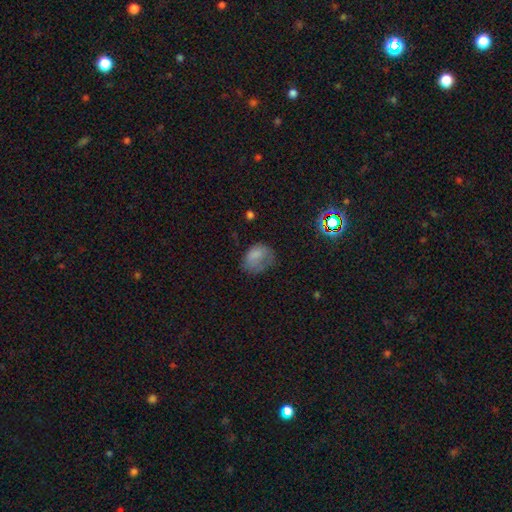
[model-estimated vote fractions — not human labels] smooth-or-featured: smooth: 73% | featured or disk: 16% | star or artifact: 10%
  how-rounded: in between: 65% | round: 34% | cigar-shaped: 1%
  merging: none: 35% | minor disturbance: 32% | major disturbance: 31% | merger: 2%